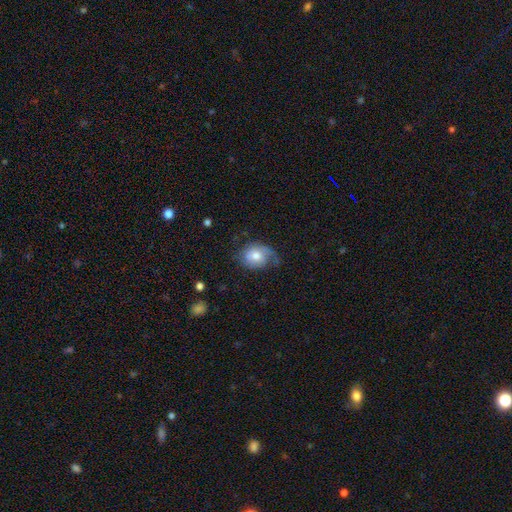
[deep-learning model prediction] Morphology: type=smooth (57%); roundness=in between (55%); merging=none (47%).